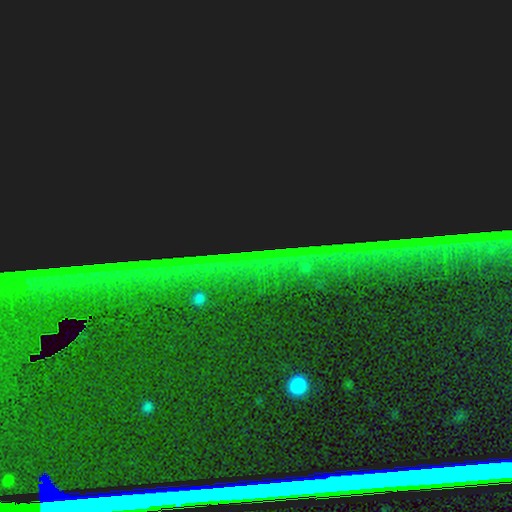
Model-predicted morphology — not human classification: This is clearly a star or artifact rather than a galaxy (87%).